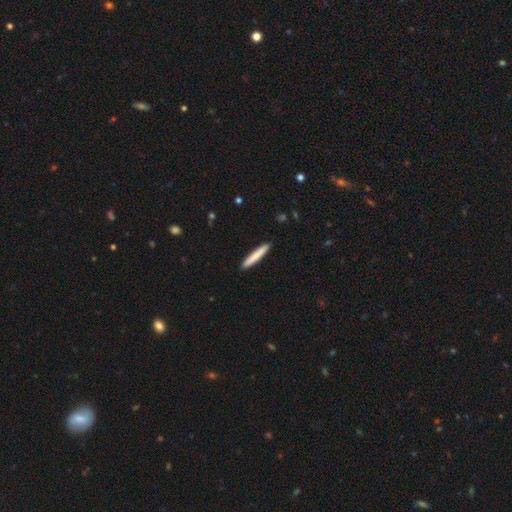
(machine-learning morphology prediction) Smooth or featured: smooth — 80% (featured or disk — 15%)
How rounded: cigar-shaped — 95% (in between — 4%)
Merging: none — 92% (minor disturbance — 6%)